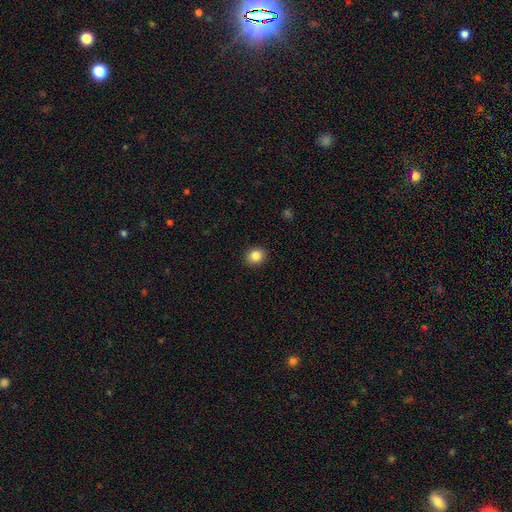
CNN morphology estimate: smooth 85%, star or artifact 10%, featured or disk 6%. Down the decision tree: how rounded — round (65%); merging — none (91%).